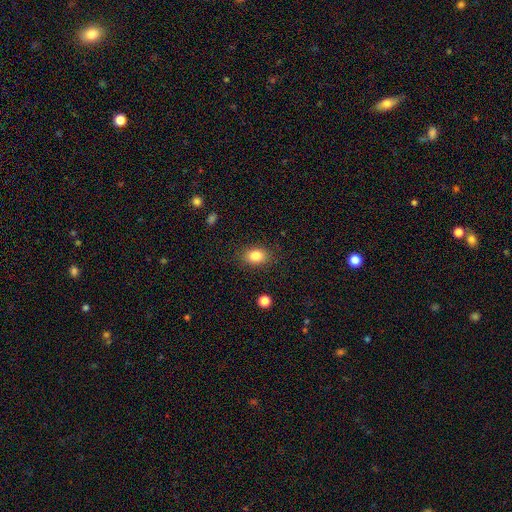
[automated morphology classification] The model was most divided on "how rounded": in between: 72%, round: 26%, cigar-shaped: 1%. More confident: merging — none (86%); smooth or featured — smooth (83%).